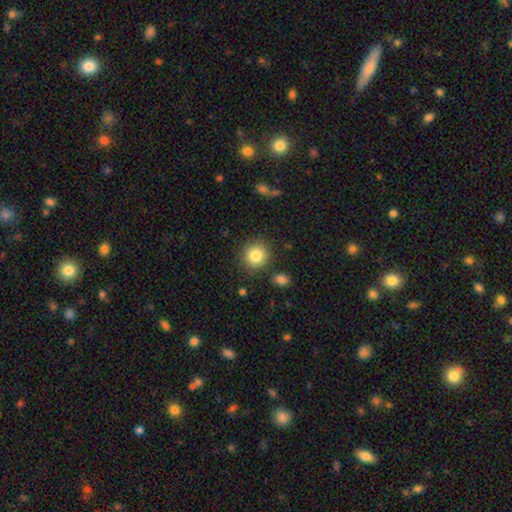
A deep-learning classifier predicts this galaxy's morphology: Smooth or featured?
  - smooth: 83% *
  - star or artifact: 10%
  - featured or disk: 7%
How rounded?
  - round: 89% *
  - in between: 10%
  - cigar-shaped: 1%
Merging?
  - none: 87% *
  - minor disturbance: 8%
  - merger: 3%
  - major disturbance: 3%